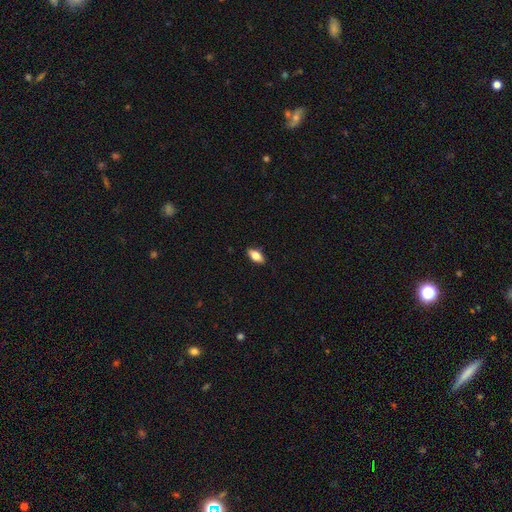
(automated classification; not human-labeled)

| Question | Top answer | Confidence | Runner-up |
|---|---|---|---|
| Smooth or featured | smooth | 76% | featured or disk (17%) |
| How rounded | in between | 87% | cigar-shaped (10%) |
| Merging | none | 88% | minor disturbance (9%) |